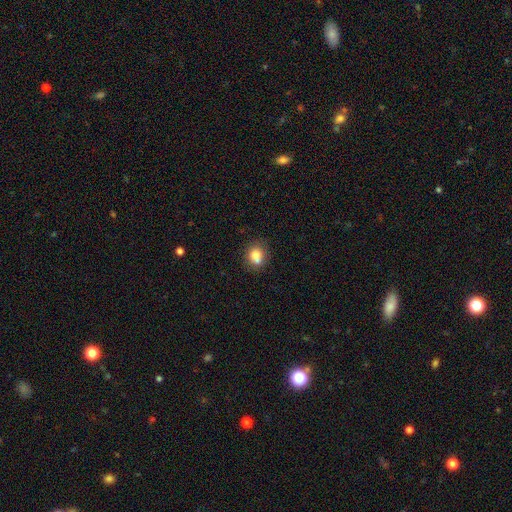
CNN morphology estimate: Q: Smooth or featured?
A: smooth (76%); runner-up: featured or disk (14%)
Q: How rounded?
A: round (70%); runner-up: in between (29%)
Q: Merging?
A: none (47%); runner-up: merger (37%)